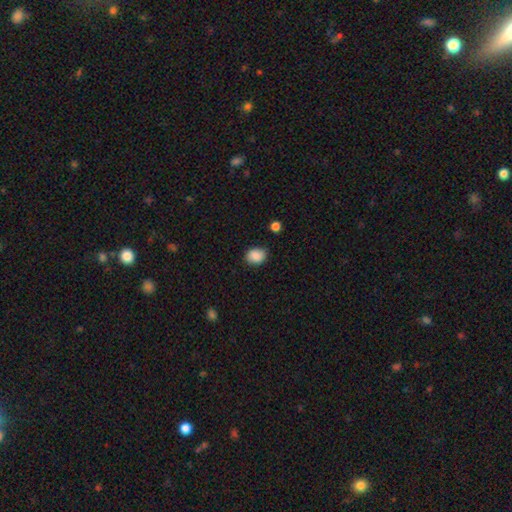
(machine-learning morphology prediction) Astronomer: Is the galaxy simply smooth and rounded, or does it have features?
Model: smooth — 88%.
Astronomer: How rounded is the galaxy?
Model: in between — 58% (runner-up: round, 41%).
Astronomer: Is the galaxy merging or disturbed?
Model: none — 82%.